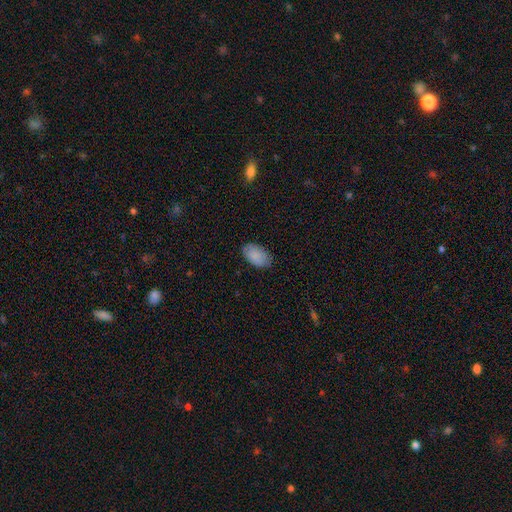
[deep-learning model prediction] Q: Smooth or featured?
A: smooth (89%); runner-up: star or artifact (6%)
Q: How rounded?
A: in between (94%); runner-up: round (5%)
Q: Merging?
A: none (83%); runner-up: minor disturbance (13%)